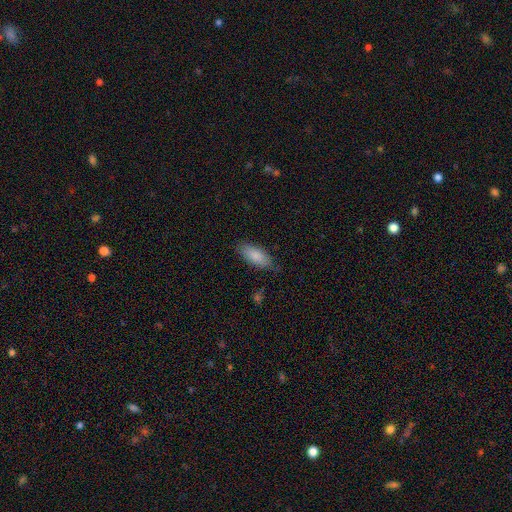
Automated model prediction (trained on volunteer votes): A smooth galaxy with no disk features (86%) that is in between round and cigar-shaped (84%).

Vote fractions:
- Smooth or featured? smooth: 86% / featured or disk: 8% / star or artifact: 6%
- How rounded? in between: 84% / cigar-shaped: 14% / round: 2%
- Merging? none: 77% / minor disturbance: 18% / major disturbance: 4% / merger: 1%